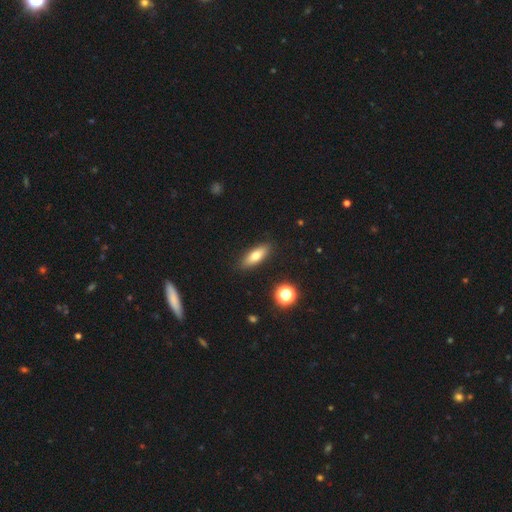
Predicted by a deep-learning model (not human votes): Q: Smooth or featured?
A: smooth (72%); runner-up: featured or disk (20%)
Q: How rounded?
A: in between (63%); runner-up: cigar-shaped (34%)
Q: Merging?
A: none (88%); runner-up: minor disturbance (8%)